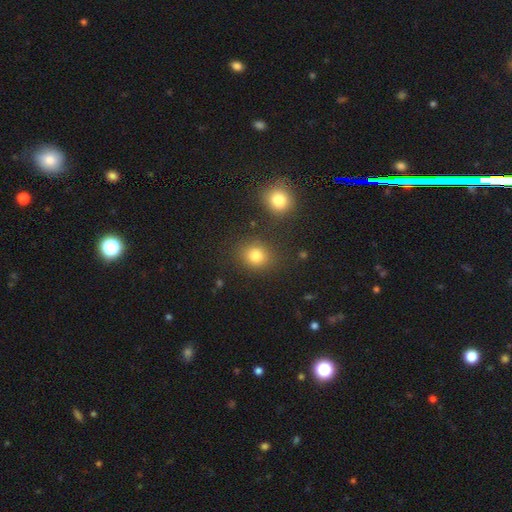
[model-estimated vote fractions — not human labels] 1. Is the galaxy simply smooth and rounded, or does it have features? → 80% smooth, 13% star or artifact, 7% featured or disk.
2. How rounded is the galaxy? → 74% round, 25% in between, 1% cigar-shaped.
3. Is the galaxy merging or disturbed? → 81% none, 9% minor disturbance, 6% merger, 4% major disturbance.